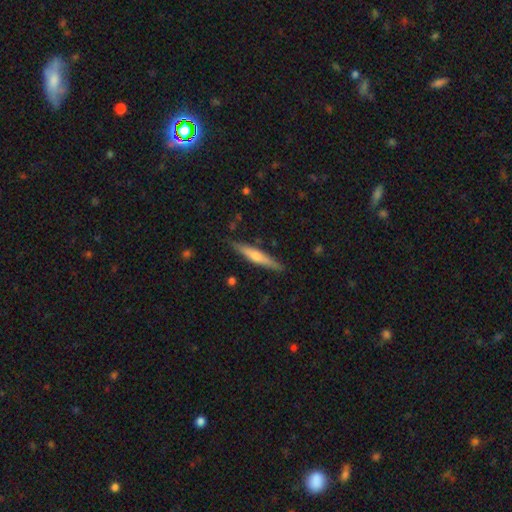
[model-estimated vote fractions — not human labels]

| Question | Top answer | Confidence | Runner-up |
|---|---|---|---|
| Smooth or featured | featured or disk | 58% | smooth (35%) |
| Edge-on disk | yes | 97% | no (3%) |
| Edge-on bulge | rounded | 76% | none (16%) |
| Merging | none | 89% | minor disturbance (8%) |